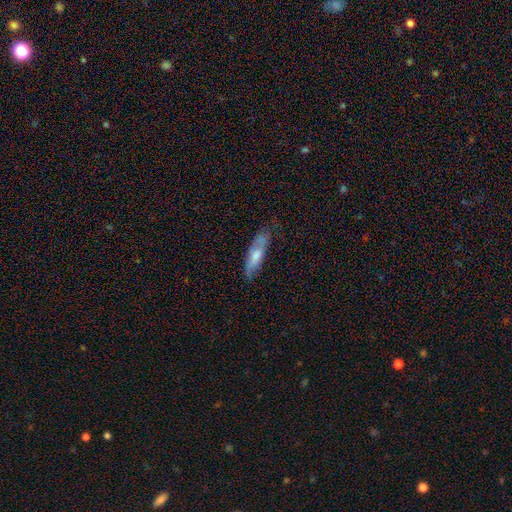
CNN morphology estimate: This is possibly a smooth galaxy (50%). How rounded: possibly cigar-shaped (59%). Merging: likely none (63%).